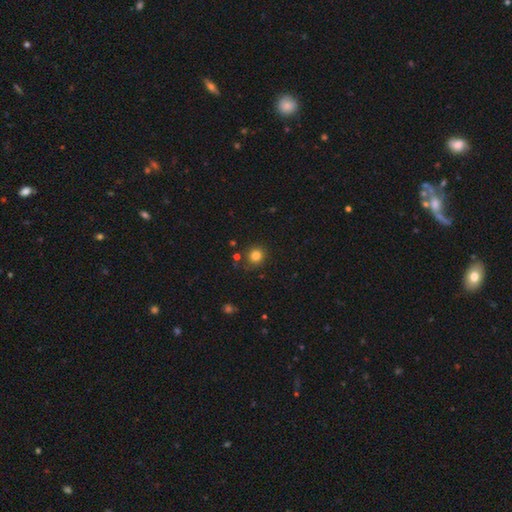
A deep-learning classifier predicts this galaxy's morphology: Overall: smooth (82%). How rounded: round (89%). Merging: none (82%).